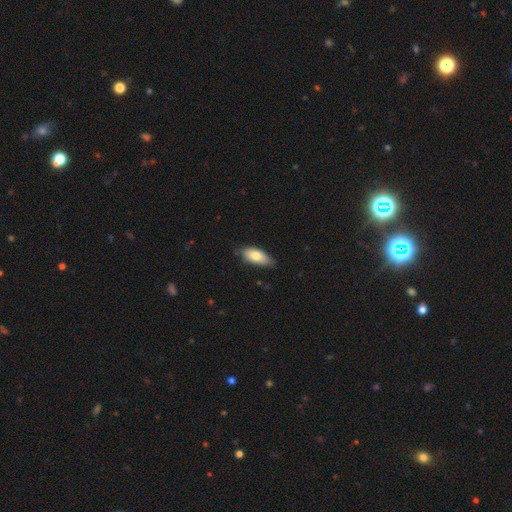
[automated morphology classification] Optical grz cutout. It shows a smooth galaxy with no disk features (78%) that is in between round and cigar-shaped (86%). Merging: none (75%).